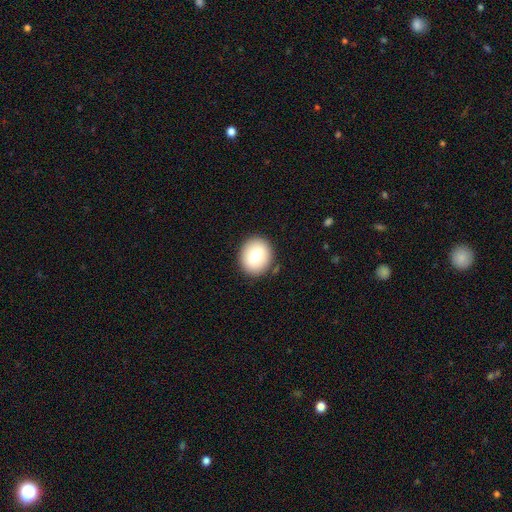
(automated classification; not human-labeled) Smooth or featured: smooth — 70% (featured or disk — 22%)
How rounded: round — 70% (in between — 29%)
Merging: none — 88% (minor disturbance — 8%)